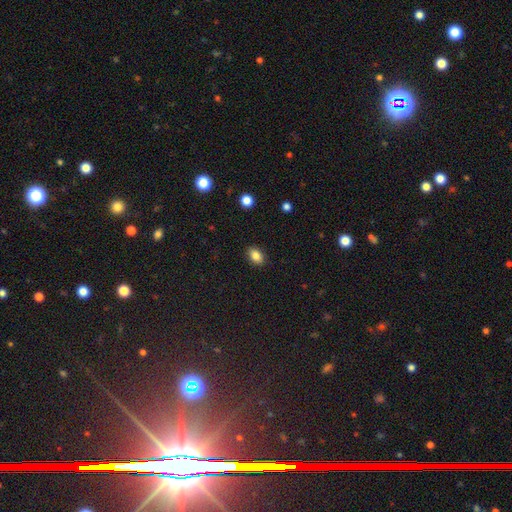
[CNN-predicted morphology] smooth 85%, star or artifact 9%, featured or disk 5%. Down the decision tree: how rounded — in between (85%); merging — none (89%).